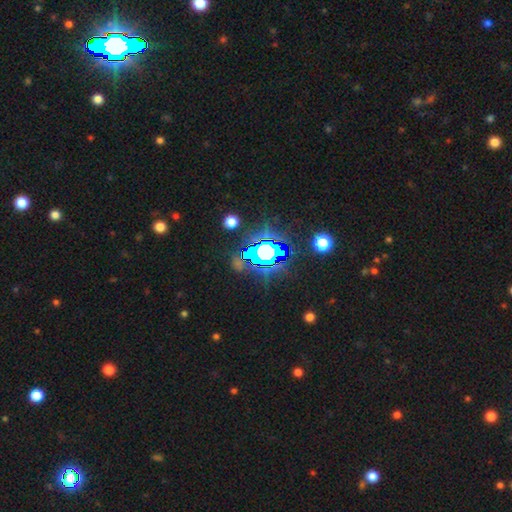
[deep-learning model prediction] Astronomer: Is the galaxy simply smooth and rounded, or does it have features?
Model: star or artifact — 79%.